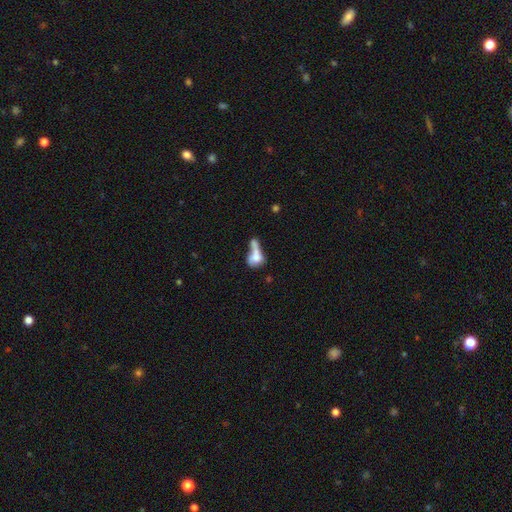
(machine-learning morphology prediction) Smooth or featured?
  - smooth: 62% *
  - featured or disk: 28%
  - star or artifact: 10%
How rounded?
  - in between: 67% *
  - round: 22%
  - cigar-shaped: 11%
Merging?
  - merger: 58% *
  - major disturbance: 16%
  - none: 15%
  - minor disturbance: 10%